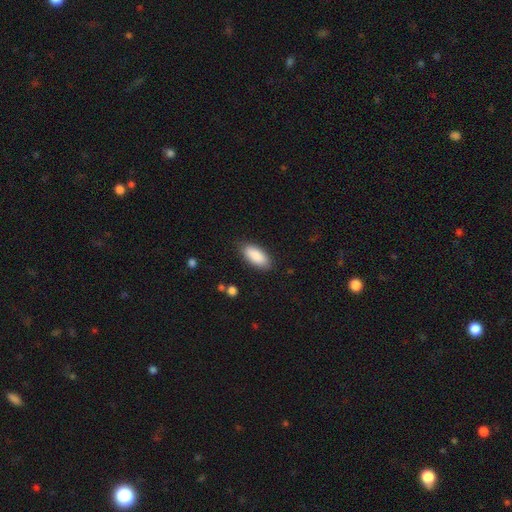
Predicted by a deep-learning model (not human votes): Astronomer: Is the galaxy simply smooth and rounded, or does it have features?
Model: smooth — 89%.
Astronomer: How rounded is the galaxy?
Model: in between — 89%.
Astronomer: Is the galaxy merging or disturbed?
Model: none — 85%.